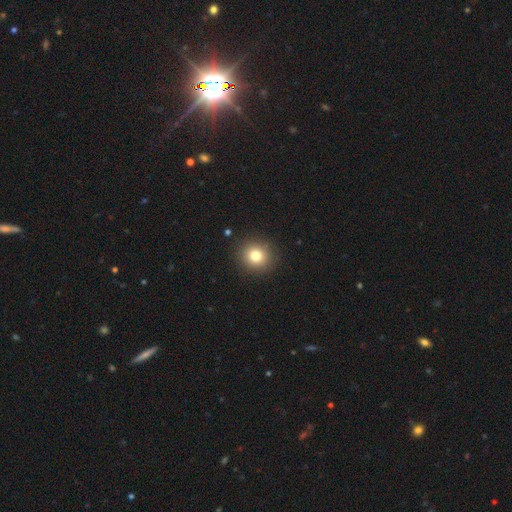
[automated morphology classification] smooth_or_featured: smooth (p=0.79) [alt: star or artifact p=0.12]
how_rounded: round (p=0.88) [alt: in between p=0.11]
merging: none (p=0.90) [alt: minor disturbance p=0.06]